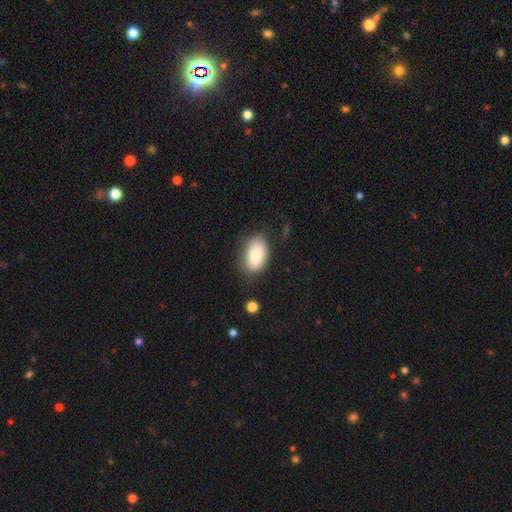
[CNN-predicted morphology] Overall: smooth (80%). How rounded: in between (92%). Merging: none (74%).